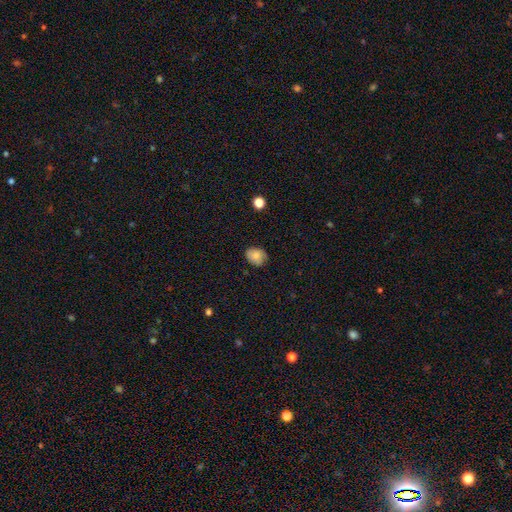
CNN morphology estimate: Smooth or featured: smooth — 77% (featured or disk — 14%)
How rounded: in between — 57% (round — 42%)
Merging: none — 78% (minor disturbance — 18%)